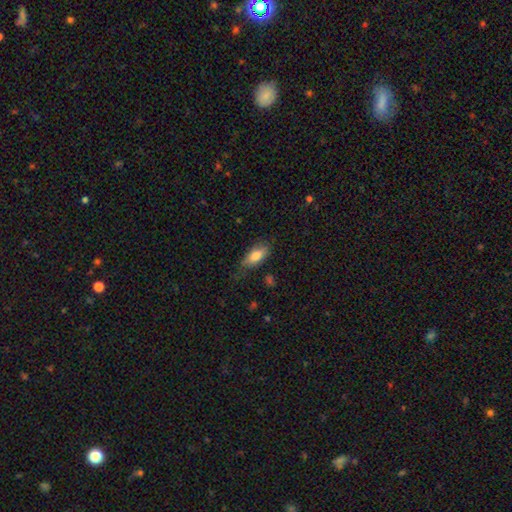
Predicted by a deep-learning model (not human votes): Overall: smooth (78%). How rounded: in between (82%). Merging: none (62%; minor disturbance 27%).